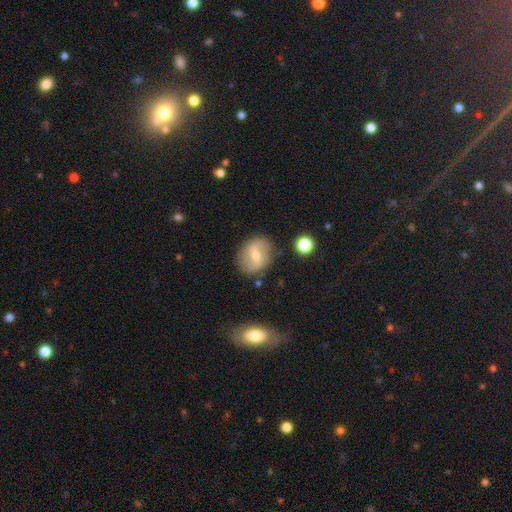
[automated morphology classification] This is possibly a featured or disk galaxy (50%). Merging: clearly none (81%).